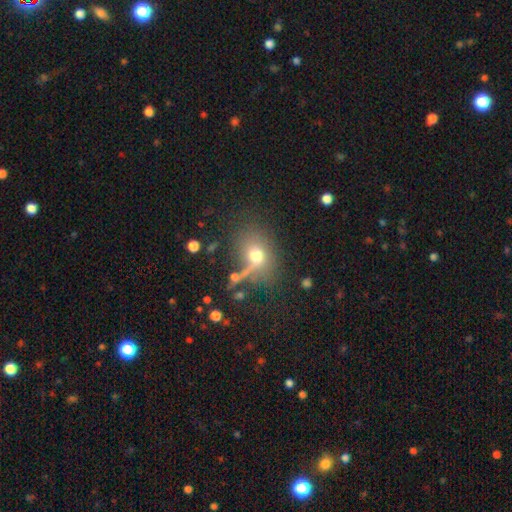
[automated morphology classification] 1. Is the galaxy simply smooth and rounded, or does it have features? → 65% smooth, 18% featured or disk, 16% star or artifact.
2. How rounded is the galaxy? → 52% round, 46% in between, 2% cigar-shaped.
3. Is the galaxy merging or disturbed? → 50% none, 20% major disturbance, 18% minor disturbance, 12% merger.